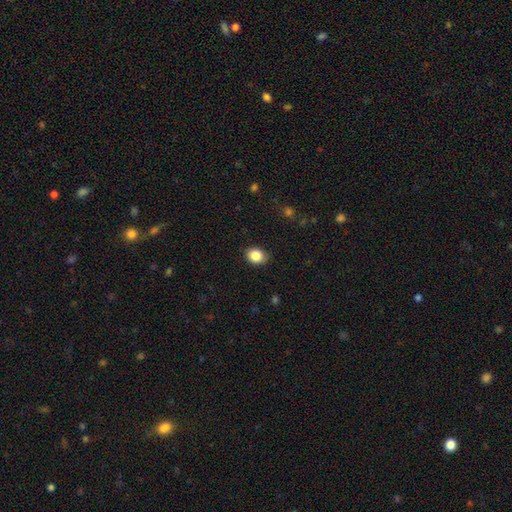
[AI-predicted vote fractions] smooth_or_featured: smooth (p=0.86) [alt: star or artifact p=0.09]
how_rounded: round (p=0.51) [alt: in between p=0.48]
merging: none (p=0.86) [alt: minor disturbance p=0.11]